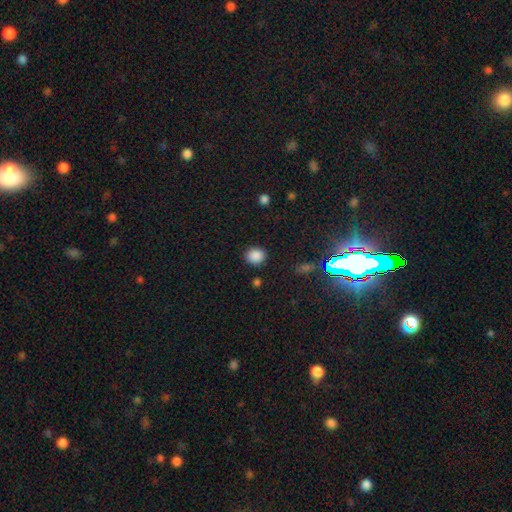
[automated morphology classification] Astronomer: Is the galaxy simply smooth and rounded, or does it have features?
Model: smooth — 85%.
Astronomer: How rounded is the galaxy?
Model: round — 78%.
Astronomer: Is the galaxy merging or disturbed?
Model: none — 87%.